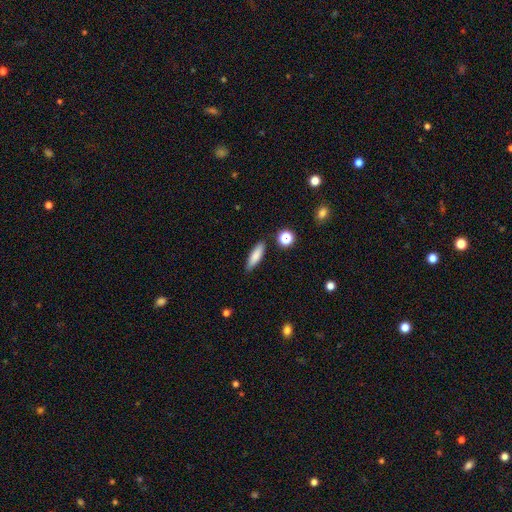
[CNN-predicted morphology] Smooth or featured: smooth — 82% (featured or disk — 10%)
How rounded: cigar-shaped — 56% (in between — 41%)
Merging: none — 85% (minor disturbance — 10%)